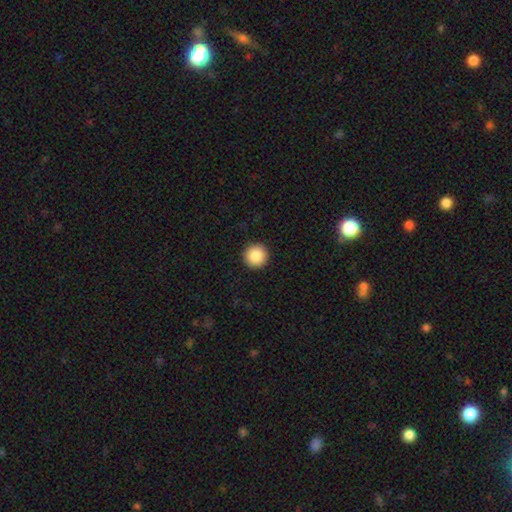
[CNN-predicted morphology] This is clearly a smooth galaxy (87%). How rounded: clearly round (96%). Merging: clearly none (93%).